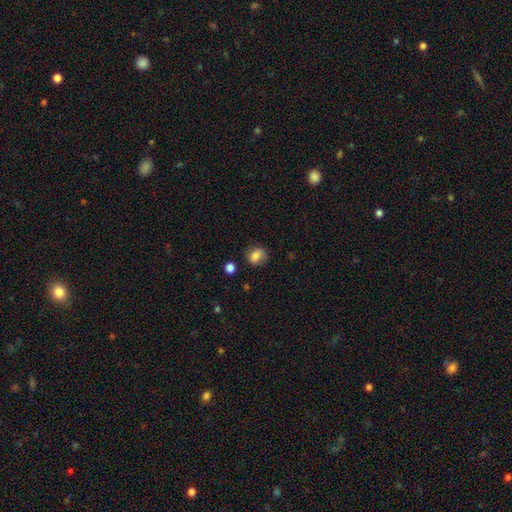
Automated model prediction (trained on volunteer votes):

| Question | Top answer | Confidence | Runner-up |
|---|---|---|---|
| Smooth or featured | smooth | 80% | star or artifact (10%) |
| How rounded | round | 60% | in between (39%) |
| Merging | none | 73% | minor disturbance (19%) |